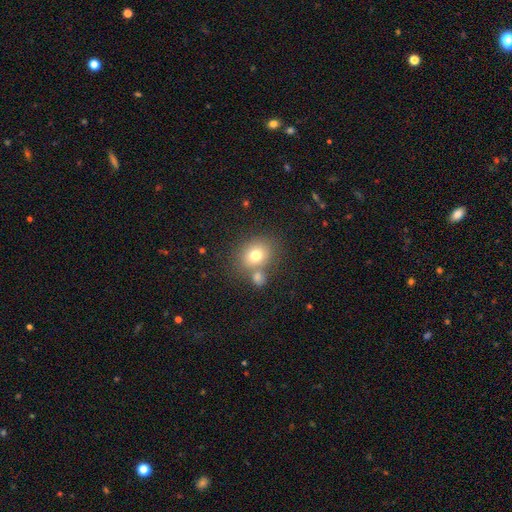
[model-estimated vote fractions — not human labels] Q: Smooth or featured?
A: smooth (75%); runner-up: featured or disk (13%)
Q: How rounded?
A: round (61%); runner-up: in between (38%)
Q: Merging?
A: none (58%); runner-up: merger (26%)